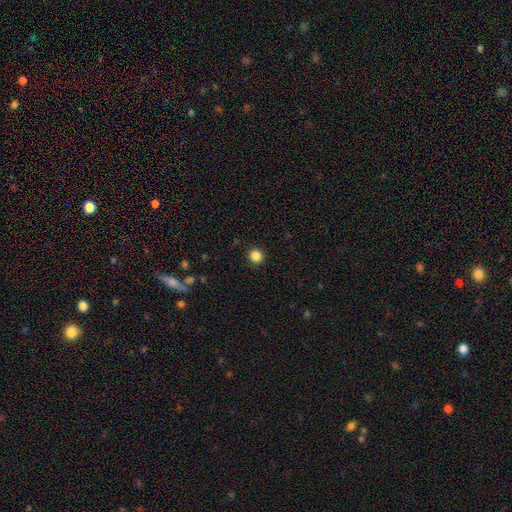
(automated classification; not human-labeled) smooth-or-featured: smooth: 85% | star or artifact: 12% | featured or disk: 4%
  how-rounded: round: 91% | in between: 8% | cigar-shaped: 1%
  merging: none: 92% | minor disturbance: 5% | major disturbance: 2% | merger: 1%